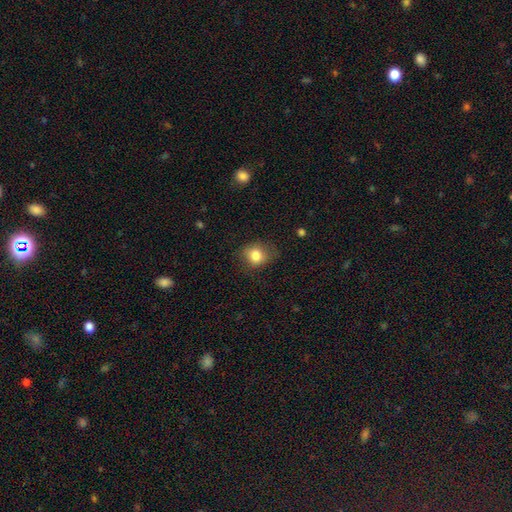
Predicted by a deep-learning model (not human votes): This is clearly a smooth galaxy (81%). How rounded: possibly round (60%). Merging: likely none (70%).